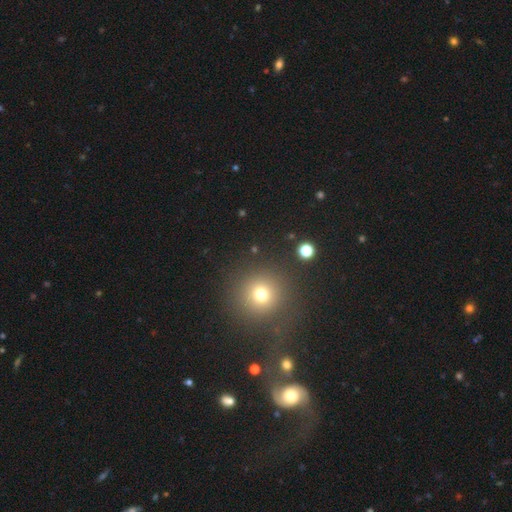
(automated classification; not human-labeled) smooth_or_featured: smooth (p=0.53) [alt: star or artifact p=0.35]
how_rounded: round (p=0.94) [alt: in between p=0.05]
merging: none (p=0.76) [alt: merger p=0.11]